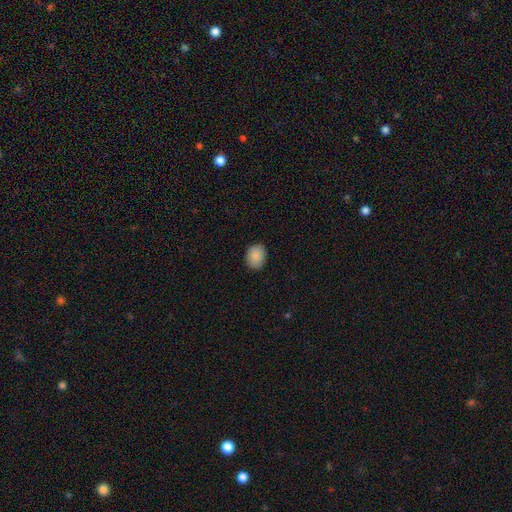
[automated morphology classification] Q: Smooth or featured?
A: smooth (89%); runner-up: star or artifact (7%)
Q: How rounded?
A: in between (58%); runner-up: round (41%)
Q: Merging?
A: none (87%); runner-up: minor disturbance (10%)